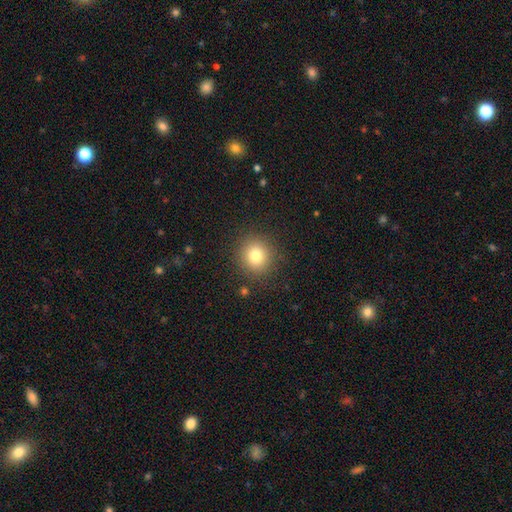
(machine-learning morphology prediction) type=smooth (80%); roundness=round (90%); merging=none (88%).